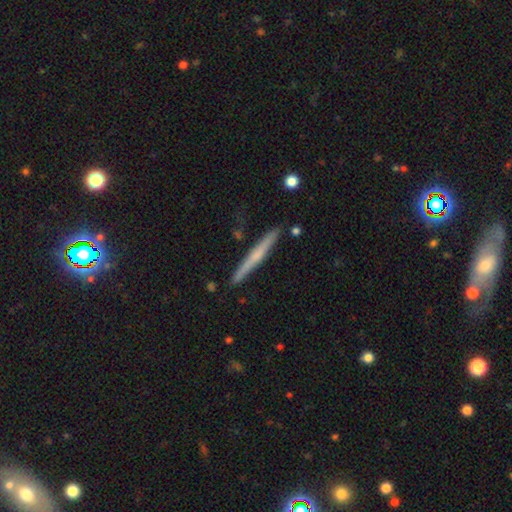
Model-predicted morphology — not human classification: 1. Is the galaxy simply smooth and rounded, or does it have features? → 57% featured or disk, 38% smooth, 6% star or artifact.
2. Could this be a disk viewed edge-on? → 98% yes, 2% no.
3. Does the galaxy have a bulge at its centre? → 50% none, 43% rounded, 7% boxy.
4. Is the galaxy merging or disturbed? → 89% none, 8% minor disturbance, 2% merger, 1% major disturbance.